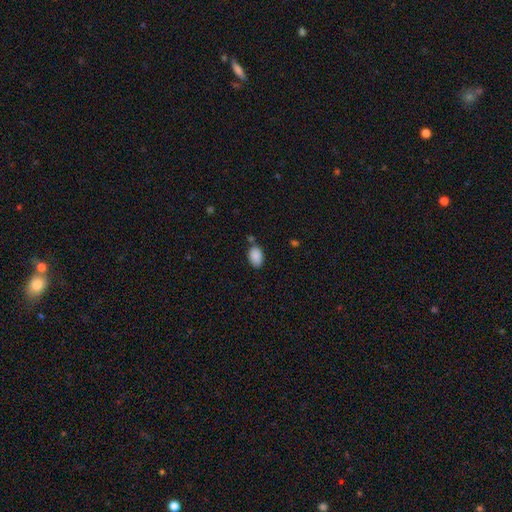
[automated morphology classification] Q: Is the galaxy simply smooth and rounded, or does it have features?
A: smooth — 89%.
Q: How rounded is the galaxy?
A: in between — 90%.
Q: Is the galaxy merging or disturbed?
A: none — 70%.